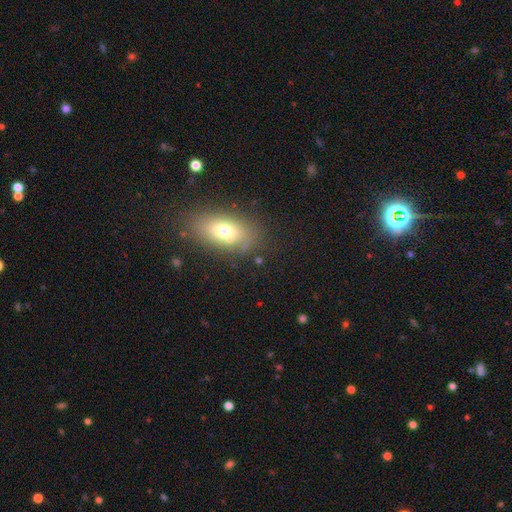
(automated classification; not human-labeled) This is likely a smooth galaxy (64%). How rounded: clearly in between (83%). Merging: likely none (79%).